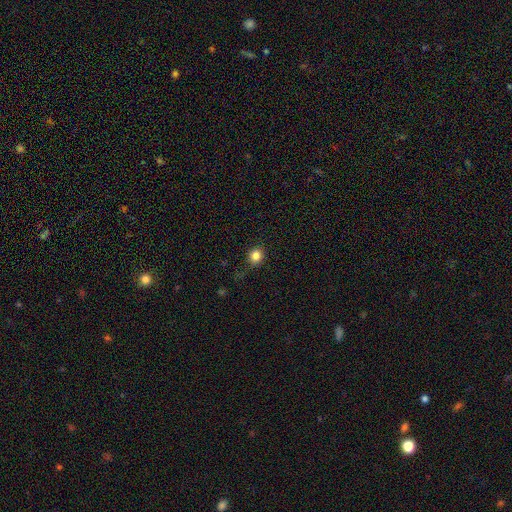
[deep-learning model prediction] This is clearly a smooth galaxy (84%). How rounded: clearly round (84%). Merging: clearly none (80%).